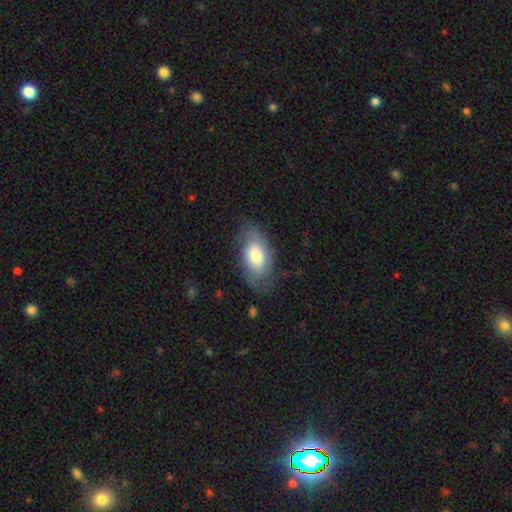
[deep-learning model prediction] Q: Smooth or featured?
A: smooth (61%); runner-up: featured or disk (33%)
Q: How rounded?
A: in between (93%); runner-up: round (5%)
Q: Merging?
A: none (69%); runner-up: minor disturbance (21%)